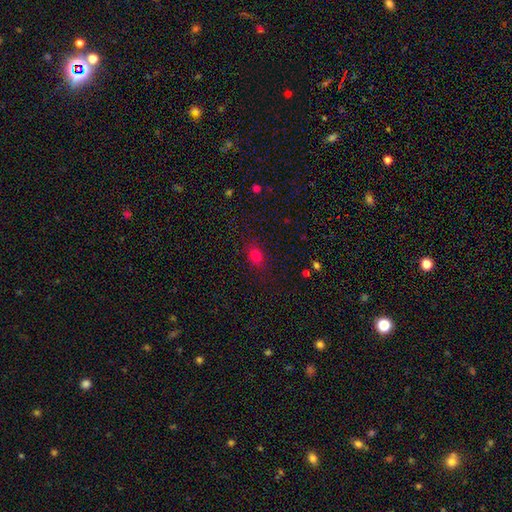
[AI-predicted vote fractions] A smooth galaxy with no disk features (78%) that is in between round and cigar-shaped (60%).

Vote fractions:
- Smooth or featured? smooth: 78% / star or artifact: 16% / featured or disk: 6%
- How rounded? in between: 60% / round: 38% / cigar-shaped: 2%
- Merging? none: 82% / minor disturbance: 13% / major disturbance: 4% / merger: 1%